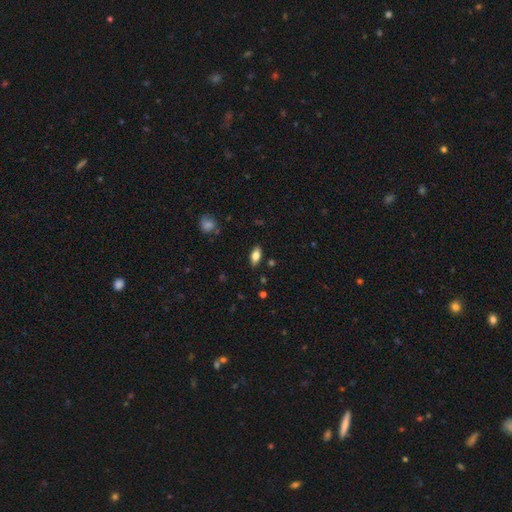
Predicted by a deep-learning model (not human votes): smooth-or-featured: smooth: 76% | featured or disk: 16% | star or artifact: 8%
  how-rounded: in between: 87% | cigar-shaped: 10% | round: 3%
  merging: none: 85% | minor disturbance: 11% | major disturbance: 2% | merger: 2%